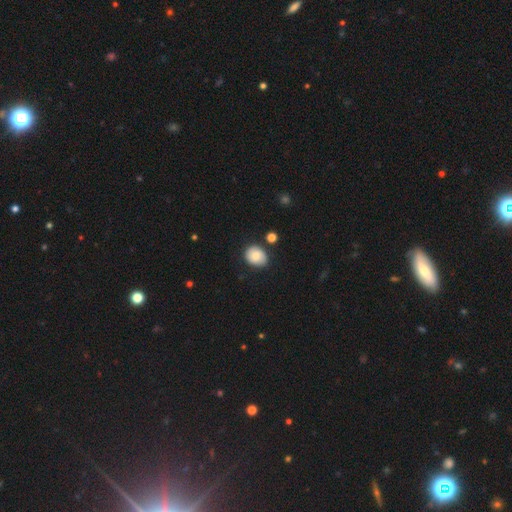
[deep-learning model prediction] Smooth or featured: smooth — 78% (featured or disk — 13%)
How rounded: round — 55% (in between — 44%)
Merging: none — 76% (minor disturbance — 16%)